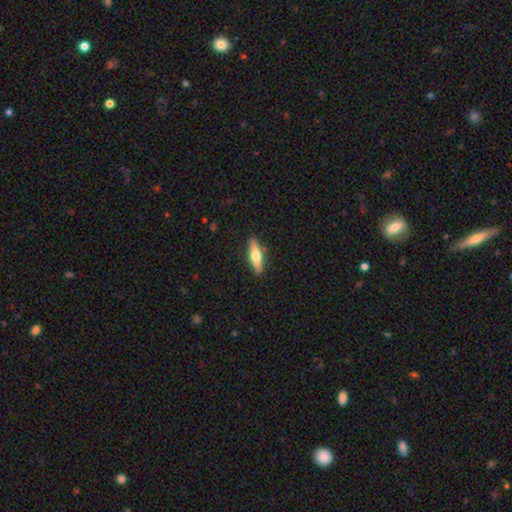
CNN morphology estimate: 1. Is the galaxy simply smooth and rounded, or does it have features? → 53% smooth, 41% featured or disk, 6% star or artifact.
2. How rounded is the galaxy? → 62% cigar-shaped, 36% in between, 3% round.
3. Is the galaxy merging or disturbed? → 88% none, 8% minor disturbance, 2% major disturbance, 1% merger.